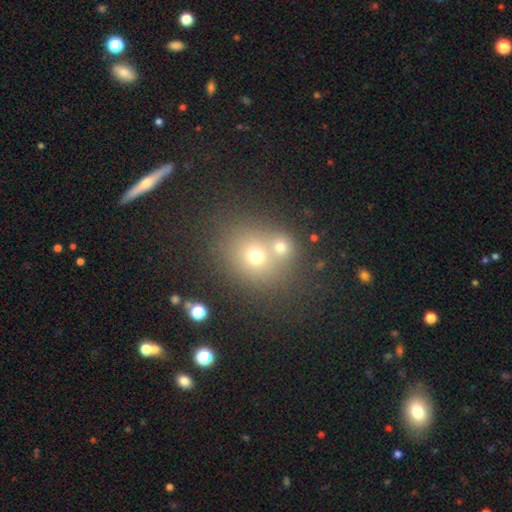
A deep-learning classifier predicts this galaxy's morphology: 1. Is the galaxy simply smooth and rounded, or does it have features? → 65% smooth, 20% star or artifact, 15% featured or disk.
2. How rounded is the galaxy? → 77% round, 22% in between, 1% cigar-shaped.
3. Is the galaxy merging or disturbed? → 53% none, 36% merger, 8% minor disturbance, 4% major disturbance.